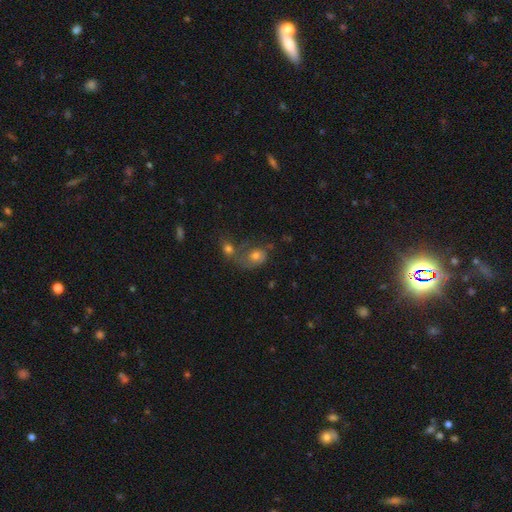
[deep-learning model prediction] A smooth galaxy with no disk features (54%) that is in between round and cigar-shaped (57%).

Vote fractions:
- Smooth or featured? smooth: 54% / featured or disk: 31% / star or artifact: 15%
- How rounded? in between: 57% / round: 41% / cigar-shaped: 2%
- Merging? merger: 55% / none: 22% / major disturbance: 12% / minor disturbance: 11%